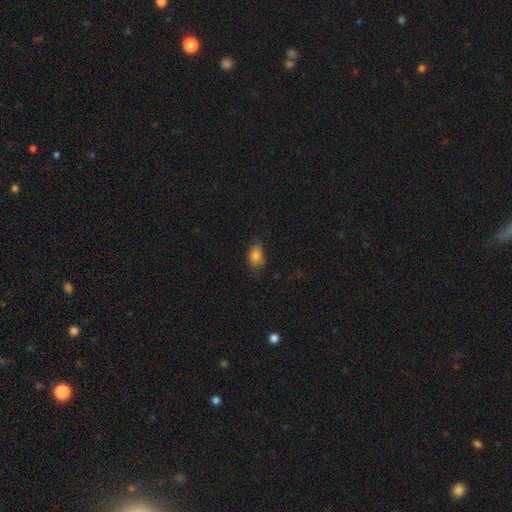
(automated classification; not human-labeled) Smooth or featured: smooth — 84% (star or artifact — 10%)
How rounded: in between — 83% (round — 16%)
Merging: none — 71% (minor disturbance — 23%)